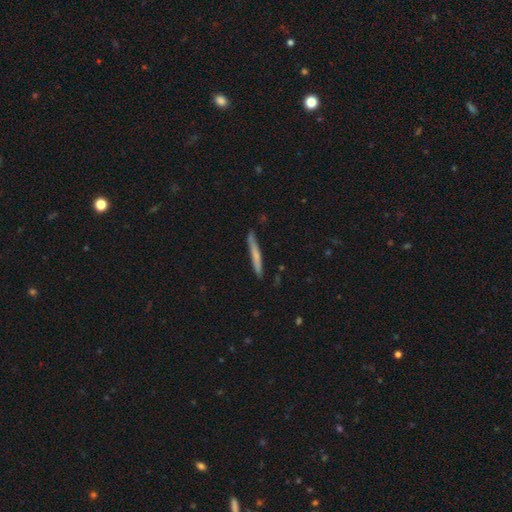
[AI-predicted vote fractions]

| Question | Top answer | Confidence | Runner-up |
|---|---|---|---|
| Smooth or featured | smooth | 59% | featured or disk (35%) |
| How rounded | cigar-shaped | 96% | in between (2%) |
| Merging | none | 85% | minor disturbance (11%) |